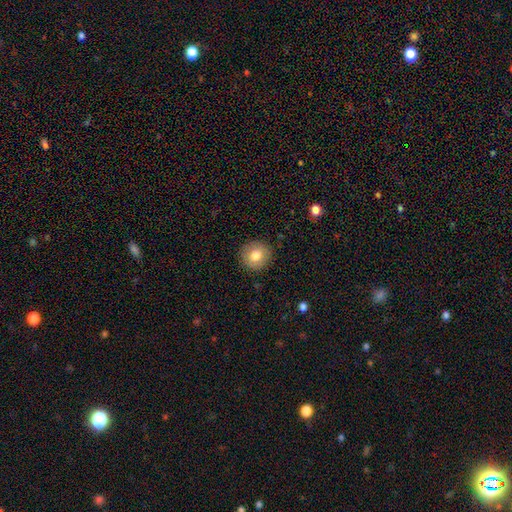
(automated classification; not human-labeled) smooth 79%, featured or disk 13%, star or artifact 8%. Down the decision tree: how rounded — round (92%); merging — none (90%).